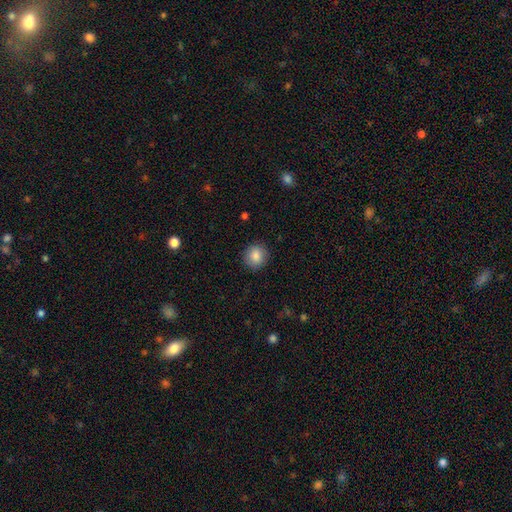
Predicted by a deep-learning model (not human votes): smooth_or_featured: smooth (p=0.85) [alt: star or artifact p=0.09]
how_rounded: round (p=0.87) [alt: in between p=0.12]
merging: none (p=0.89) [alt: minor disturbance p=0.08]